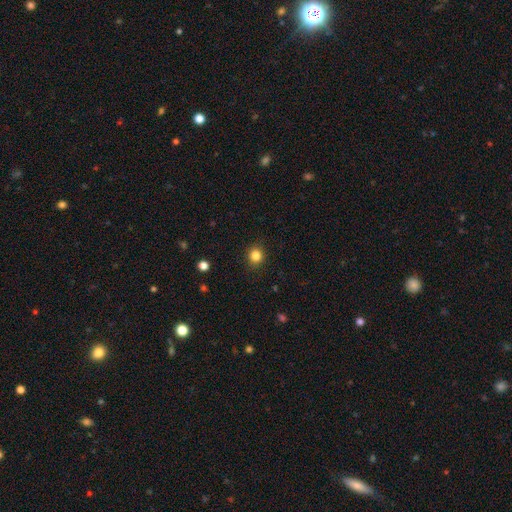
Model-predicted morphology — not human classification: This is clearly a smooth galaxy (84%). How rounded: clearly round (87%). Merging: clearly none (90%).